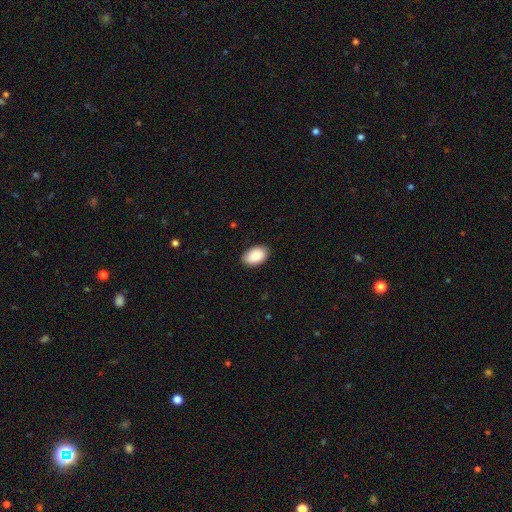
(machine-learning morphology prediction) Smooth or featured?
  - smooth: 87% *
  - featured or disk: 7%
  - star or artifact: 6%
How rounded?
  - in between: 92% *
  - round: 6%
  - cigar-shaped: 1%
Merging?
  - none: 87% *
  - minor disturbance: 11%
  - major disturbance: 2%
  - merger: 1%